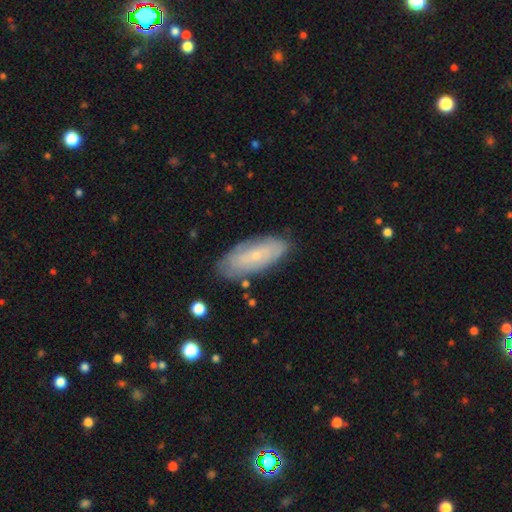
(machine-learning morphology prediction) A smooth galaxy with no disk features (49%). Merging: none (81%).